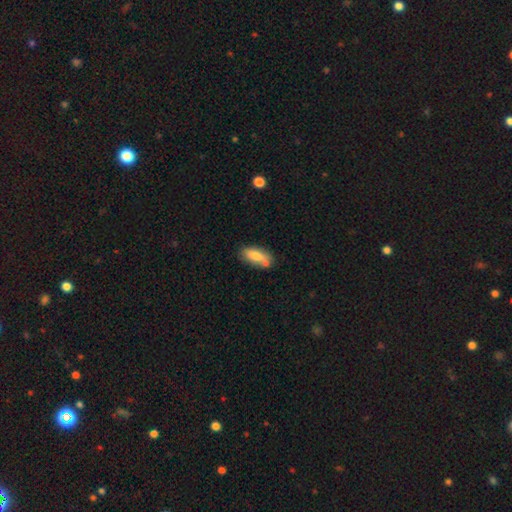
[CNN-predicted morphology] This is likely a smooth galaxy (76%). How rounded: likely in between (79%). Merging: likely none (62%).